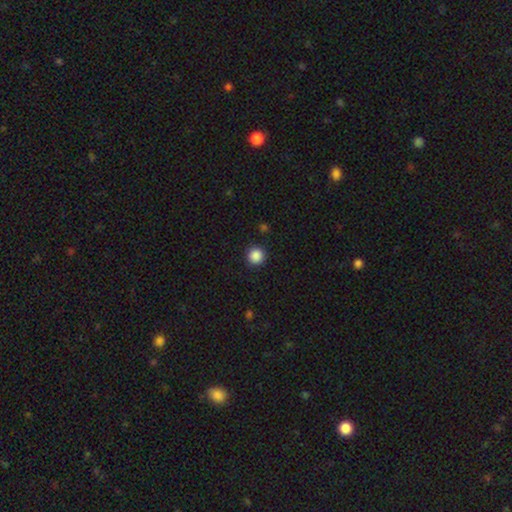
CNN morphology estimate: smooth_or_featured: smooth (p=0.87) [alt: star or artifact p=0.10]
how_rounded: round (p=0.95) [alt: in between p=0.04]
merging: none (p=0.91) [alt: minor disturbance p=0.05]